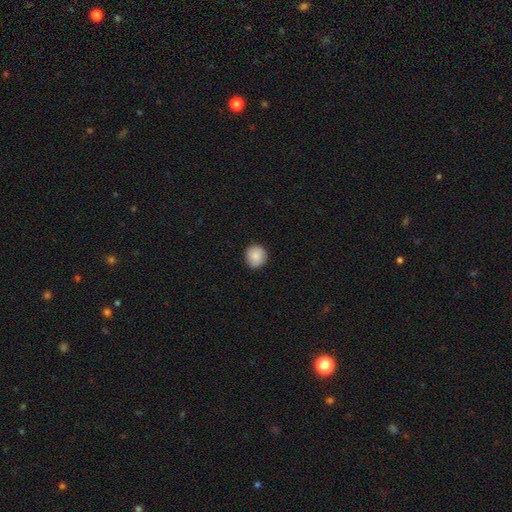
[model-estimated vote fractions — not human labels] smooth 87%, star or artifact 8%, featured or disk 6%. Down the decision tree: how rounded — round (89%); merging — none (88%).